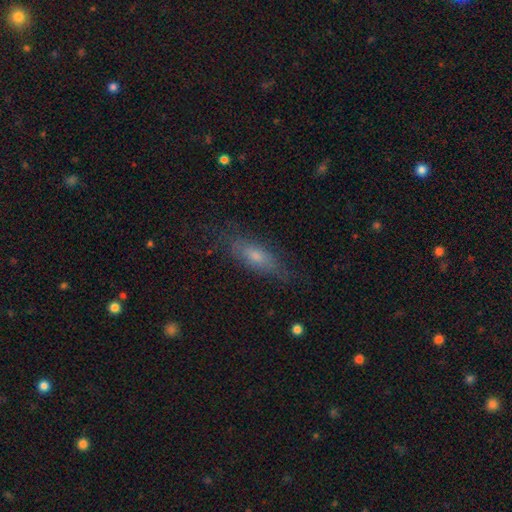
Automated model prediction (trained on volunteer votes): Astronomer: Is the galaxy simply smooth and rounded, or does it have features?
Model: smooth — 49% (runner-up: featured or disk, 39%).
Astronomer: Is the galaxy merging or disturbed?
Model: none — 75%.